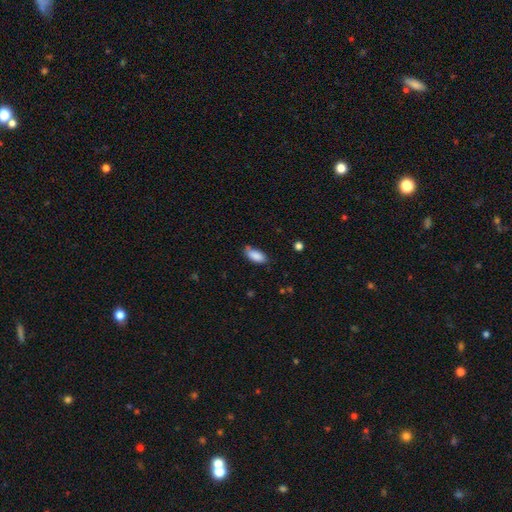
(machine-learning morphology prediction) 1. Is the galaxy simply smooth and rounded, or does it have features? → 86% smooth, 7% star or artifact, 7% featured or disk.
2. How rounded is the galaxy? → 89% in between, 9% cigar-shaped, 2% round.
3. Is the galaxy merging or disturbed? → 69% none, 24% minor disturbance, 4% major disturbance, 3% merger.